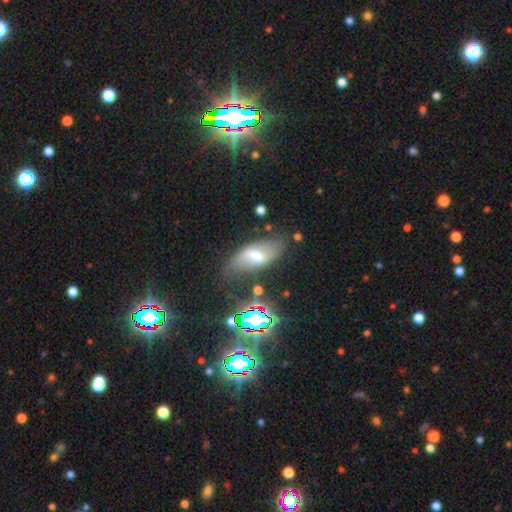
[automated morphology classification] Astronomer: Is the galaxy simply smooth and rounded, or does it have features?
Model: featured or disk — 48% (runner-up: smooth, 37%).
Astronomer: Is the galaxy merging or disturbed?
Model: none — 67%.